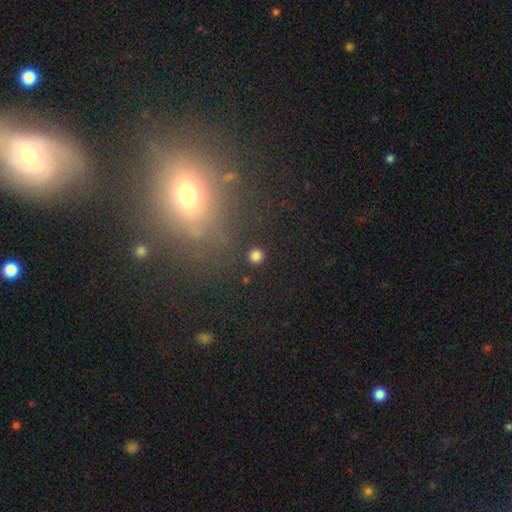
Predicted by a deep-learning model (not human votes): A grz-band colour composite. It shows a smooth galaxy with no disk features (82%) that is round (94%). Merging: none (91%).